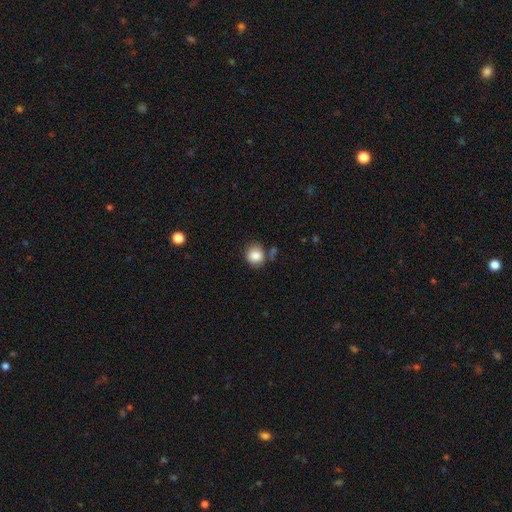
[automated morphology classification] smooth-or-featured: smooth: 86% | star or artifact: 9% | featured or disk: 5%
  how-rounded: round: 85% | in between: 14% | cigar-shaped: 1%
  merging: none: 72% | minor disturbance: 15% | merger: 9% | major disturbance: 4%